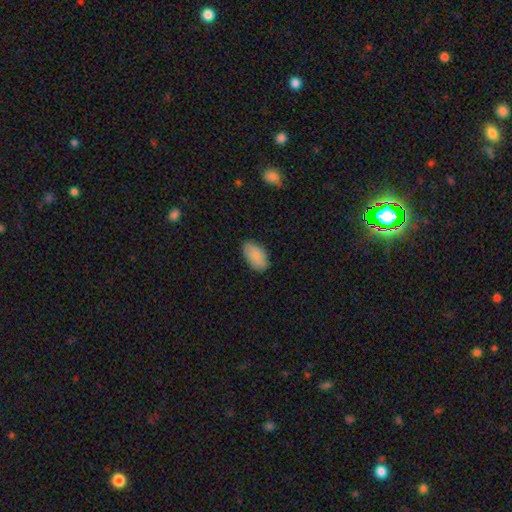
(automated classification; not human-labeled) Overall: smooth (88%). How rounded: in between (94%). Merging: none (83%).